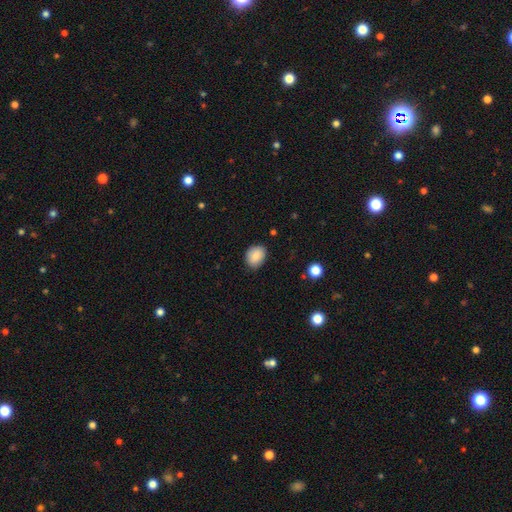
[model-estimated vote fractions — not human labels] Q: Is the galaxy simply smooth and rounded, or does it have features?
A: smooth — 85%.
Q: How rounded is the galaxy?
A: in between — 59%.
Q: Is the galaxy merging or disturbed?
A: none — 81%.